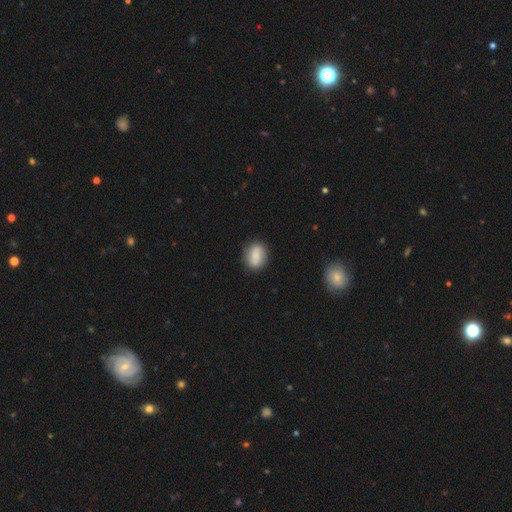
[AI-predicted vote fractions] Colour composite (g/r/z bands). It shows a smooth galaxy with no disk features (78%) that is in between round and cigar-shaped (58%). Merging: none (84%).